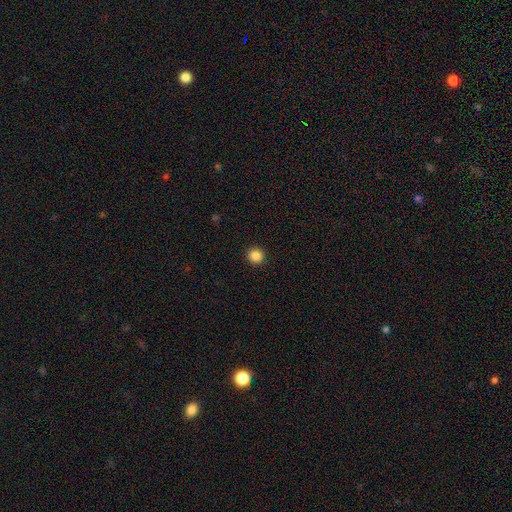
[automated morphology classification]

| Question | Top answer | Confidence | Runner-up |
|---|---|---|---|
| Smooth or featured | smooth | 86% | star or artifact (11%) |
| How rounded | round | 93% | in between (6%) |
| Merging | none | 93% | minor disturbance (4%) |